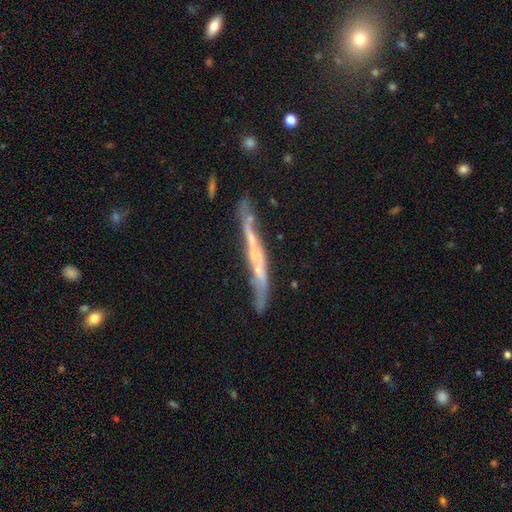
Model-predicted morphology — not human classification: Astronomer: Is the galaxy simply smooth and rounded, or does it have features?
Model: featured or disk — 69%.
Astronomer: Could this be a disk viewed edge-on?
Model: yes — 84%.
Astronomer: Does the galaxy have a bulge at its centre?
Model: none — 69%.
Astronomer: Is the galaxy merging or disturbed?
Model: none — 59%.